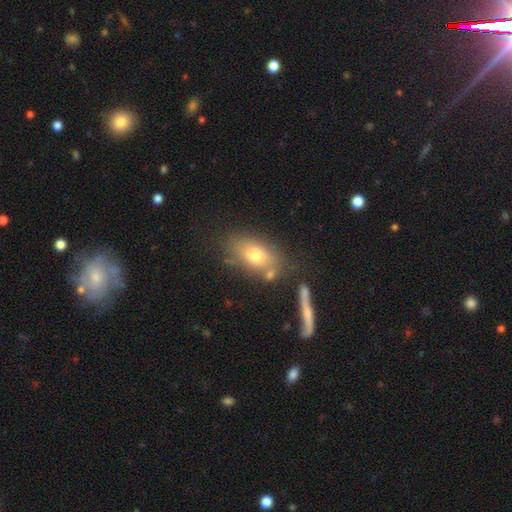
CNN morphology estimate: Overall: smooth (69%). How rounded: in between (80%). Merging: none (65%).